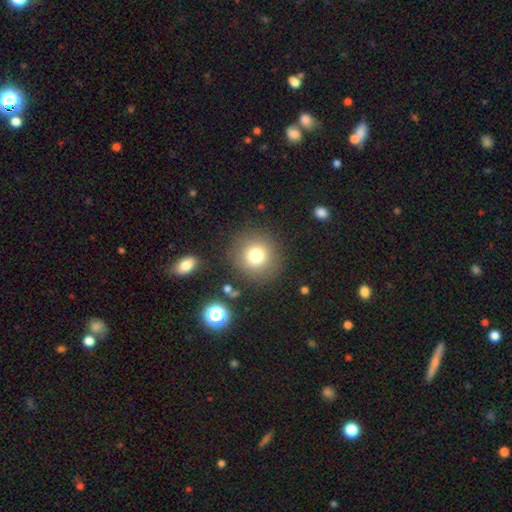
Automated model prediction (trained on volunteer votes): smooth 77%, star or artifact 13%, featured or disk 10%. Down the decision tree: how rounded — round (93%); merging — none (86%).